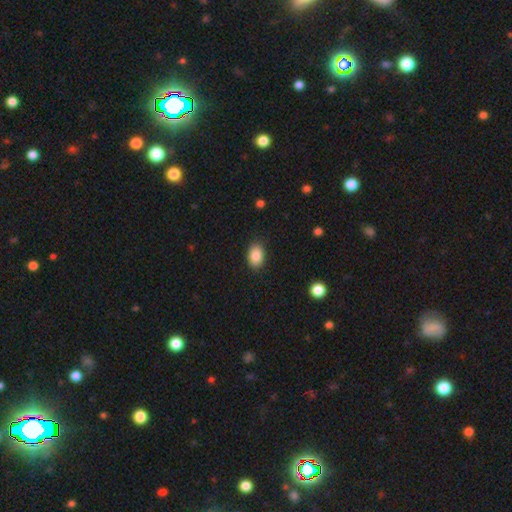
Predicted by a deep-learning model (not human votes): Smooth or featured?
  - smooth: 88% *
  - star or artifact: 8%
  - featured or disk: 5%
How rounded?
  - in between: 83% *
  - round: 16%
  - cigar-shaped: 1%
Merging?
  - none: 87% *
  - minor disturbance: 10%
  - major disturbance: 2%
  - merger: 1%